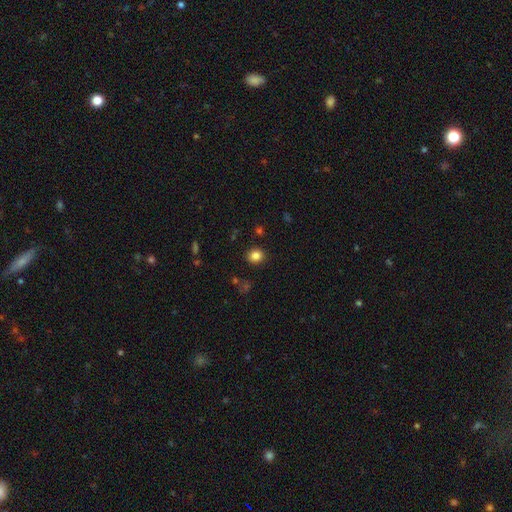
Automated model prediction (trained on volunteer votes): A smooth galaxy with no disk features (83%) that is round (75%). Merging: none (88%).